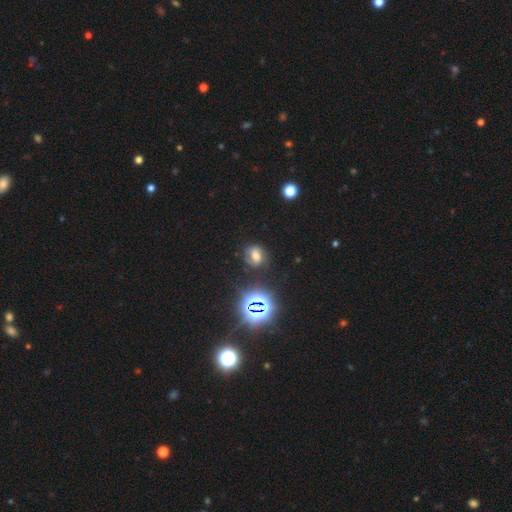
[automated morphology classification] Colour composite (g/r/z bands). It shows a smooth galaxy with no disk features (43%). Merging: none (70%).